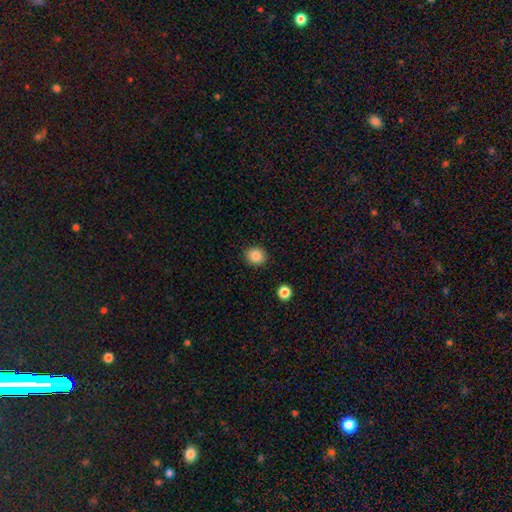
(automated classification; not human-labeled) This is clearly a smooth galaxy (86%). How rounded: likely round (71%). Merging: clearly none (90%).